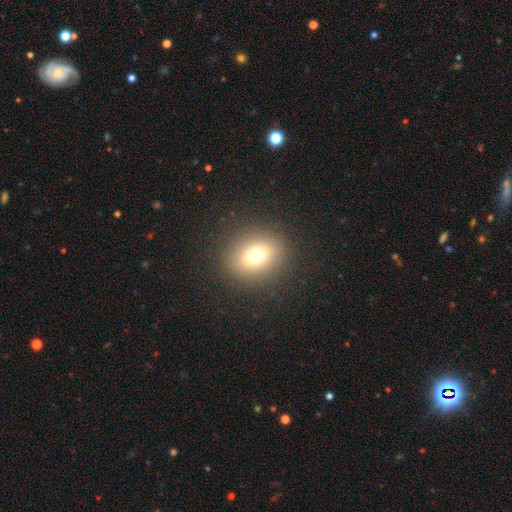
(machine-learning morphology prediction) A smooth galaxy with no disk features (71%) that is round (68%).

Vote fractions:
- Smooth or featured? smooth: 71% / star or artifact: 17% / featured or disk: 13%
- How rounded? round: 68% / in between: 31% / cigar-shaped: 1%
- Merging? none: 88% / minor disturbance: 7% / major disturbance: 4% / merger: 1%